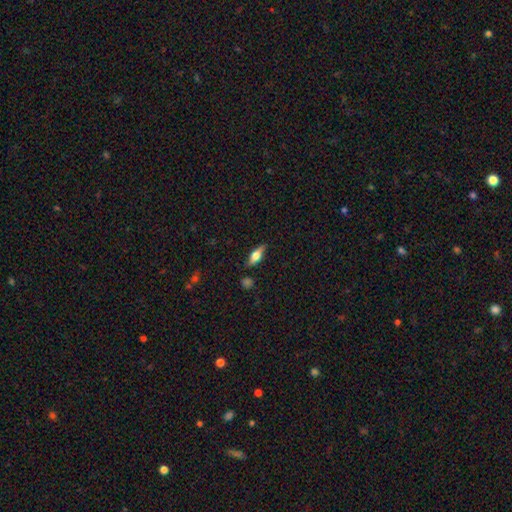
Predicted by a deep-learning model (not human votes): smooth-or-featured: smooth: 54% | featured or disk: 39% | star or artifact: 7%
  how-rounded: in between: 63% | cigar-shaped: 34% | round: 4%
  merging: none: 79% | minor disturbance: 15% | major disturbance: 3% | merger: 2%